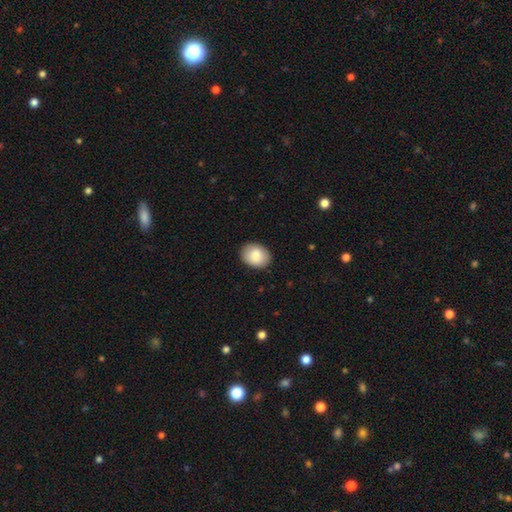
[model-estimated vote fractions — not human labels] This is clearly a smooth galaxy (85%). How rounded: likely in between (62%). Merging: clearly none (88%).